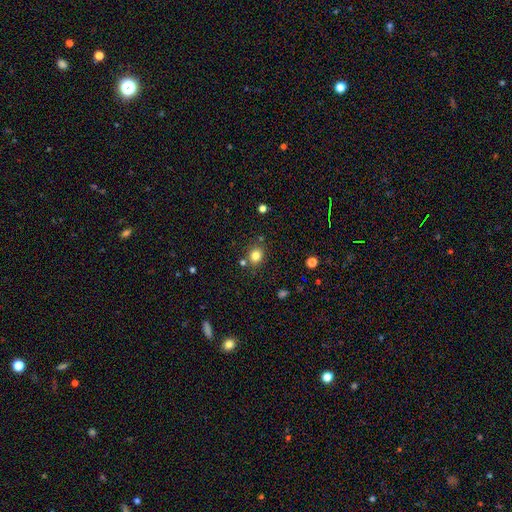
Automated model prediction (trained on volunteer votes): smooth 81%, star or artifact 13%, featured or disk 6%. Down the decision tree: how rounded — round (68%); merging — none (79%).